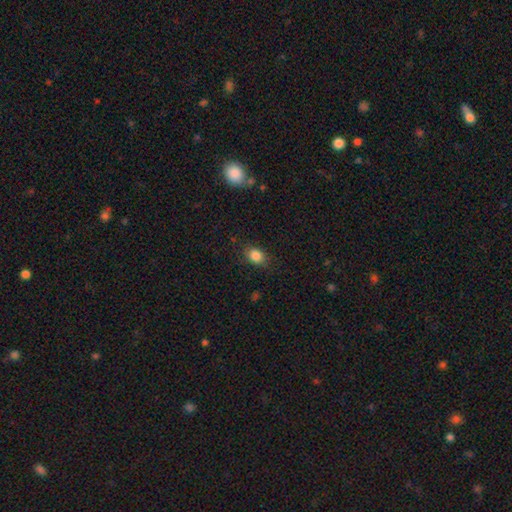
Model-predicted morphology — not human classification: smooth 85%, star or artifact 10%, featured or disk 6%. Down the decision tree: how rounded — in between (67%); merging — none (82%).